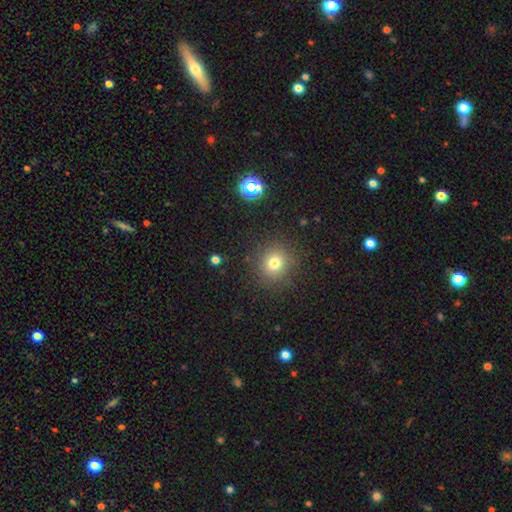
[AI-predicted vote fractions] smooth-or-featured: smooth: 62% | star or artifact: 30% | featured or disk: 8%
  how-rounded: round: 93% | in between: 6% | cigar-shaped: 1%
  merging: none: 91% | minor disturbance: 5% | major disturbance: 2% | merger: 1%